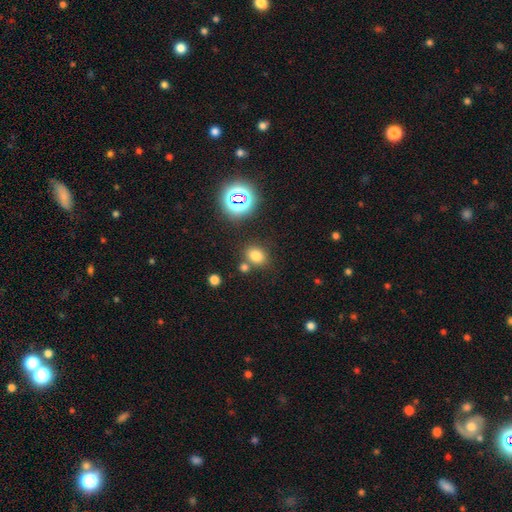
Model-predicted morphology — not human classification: A smooth galaxy with no disk features (74%) that is round (51%).

Vote fractions:
- Smooth or featured? smooth: 74% / star or artifact: 19% / featured or disk: 7%
- How rounded? round: 51% / in between: 48% / cigar-shaped: 1%
- Merging? none: 70% / merger: 15% / minor disturbance: 11% / major disturbance: 4%